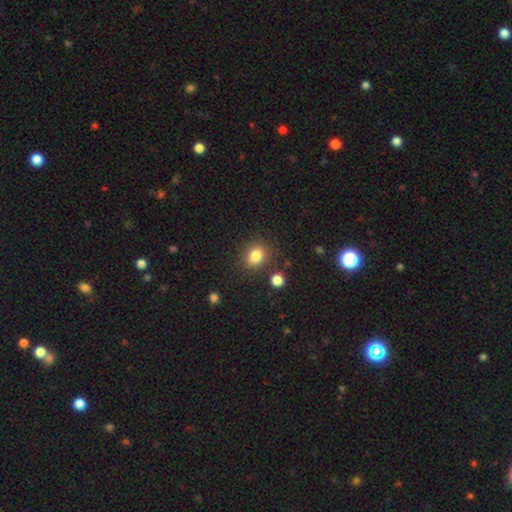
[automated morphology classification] Smooth or featured? smooth (83%)
How rounded? round (56%)
Merging? none (82%)